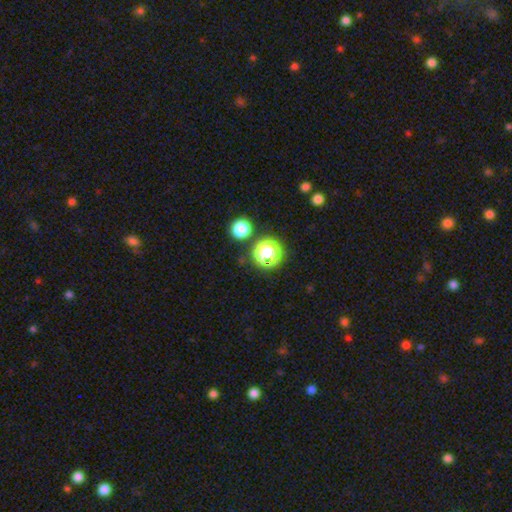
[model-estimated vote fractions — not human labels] Smooth or featured?
  - star or artifact: 68% *
  - smooth: 25%
  - featured or disk: 7%